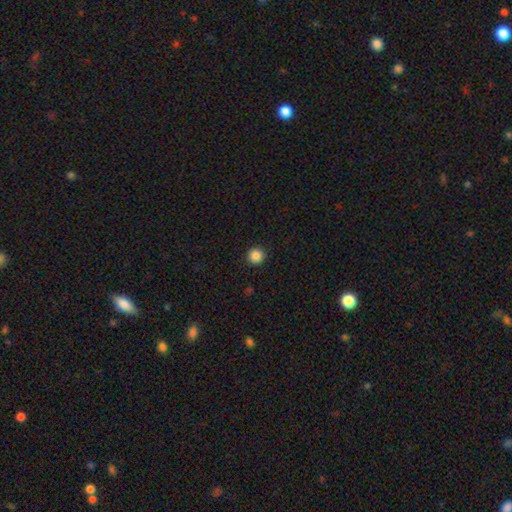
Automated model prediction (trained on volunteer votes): smooth-or-featured: smooth: 87% | star or artifact: 10% | featured or disk: 3%
  how-rounded: round: 96% | in between: 3% | cigar-shaped: 1%
  merging: none: 93% | minor disturbance: 4% | major disturbance: 2% | merger: 1%